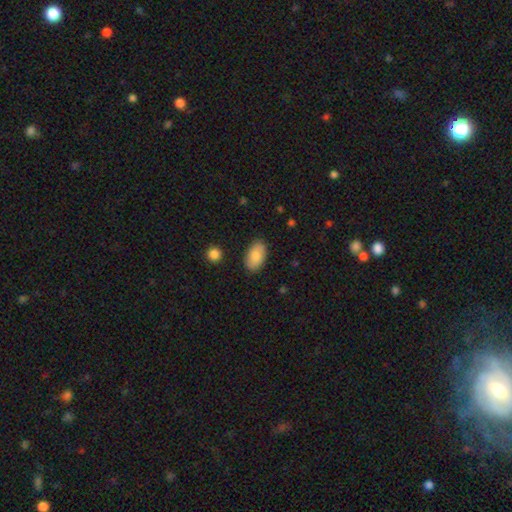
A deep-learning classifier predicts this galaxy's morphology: A smooth galaxy with no disk features (84%) that is in between round and cigar-shaped (94%). Merging: none (85%).